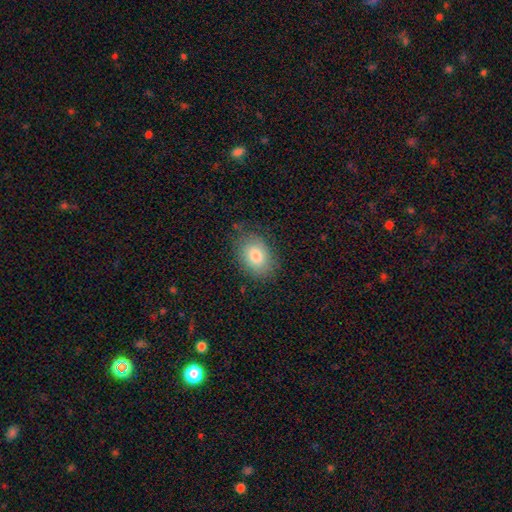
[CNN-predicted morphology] A smooth galaxy with no disk features (79%) that is in between round and cigar-shaped (78%). Merging: none (77%).